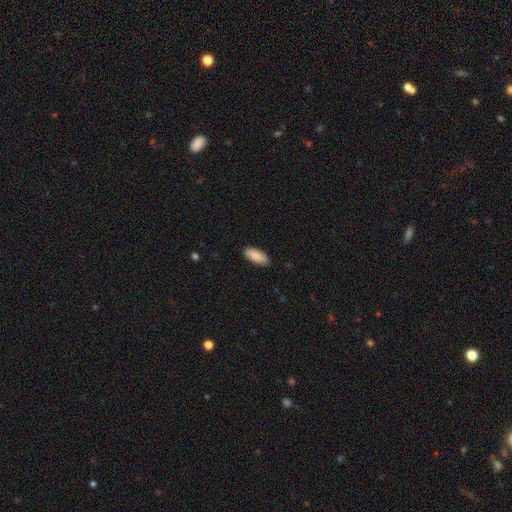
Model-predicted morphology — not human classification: Smooth or featured?
  - smooth: 90% *
  - star or artifact: 6%
  - featured or disk: 4%
How rounded?
  - in between: 83% *
  - cigar-shaped: 15%
  - round: 2%
Merging?
  - none: 88% *
  - minor disturbance: 10%
  - major disturbance: 2%
  - merger: 1%